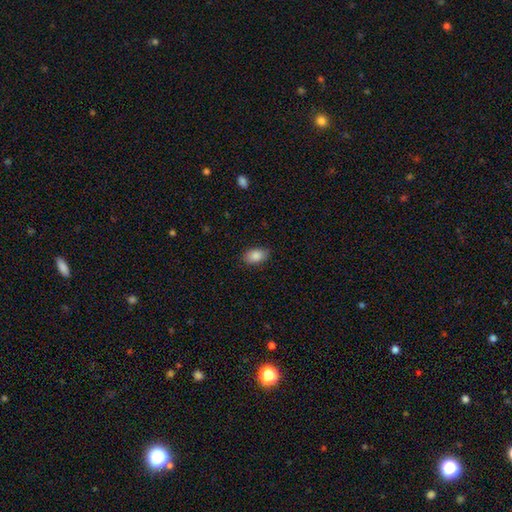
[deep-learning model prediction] Overall: smooth (88%). How rounded: in between (91%). Merging: none (85%).